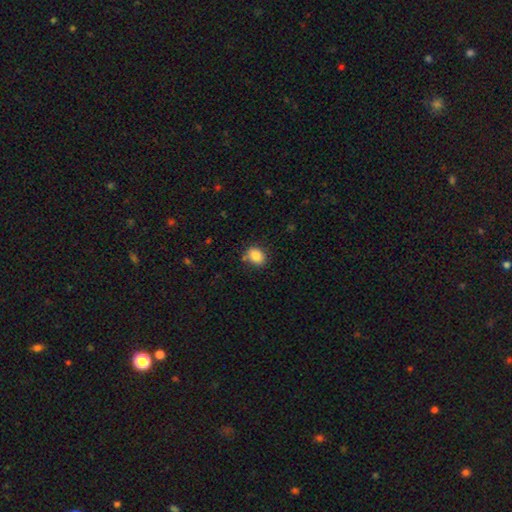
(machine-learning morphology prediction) type=smooth (85%); roundness=in between (54%); merging=none (77%).